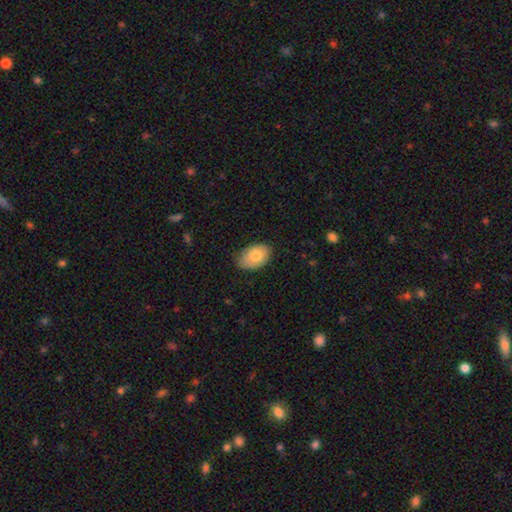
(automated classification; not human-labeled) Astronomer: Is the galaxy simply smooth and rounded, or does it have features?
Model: smooth — 79%.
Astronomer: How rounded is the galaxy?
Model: in between — 90%.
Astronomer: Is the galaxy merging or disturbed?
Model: none — 73%.